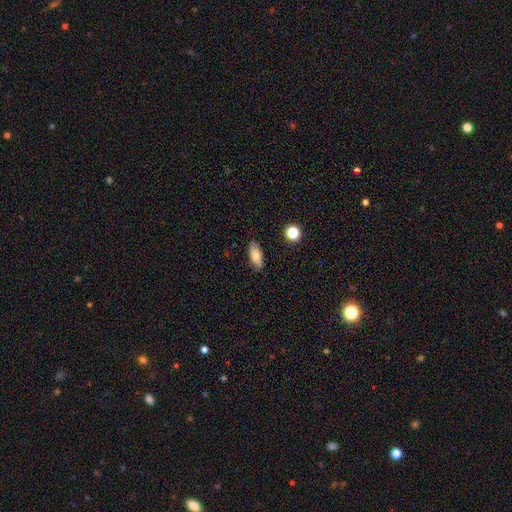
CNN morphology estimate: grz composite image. It shows a smooth galaxy with no disk features (82%) that is in between round and cigar-shaped (80%). Merging: none (83%).